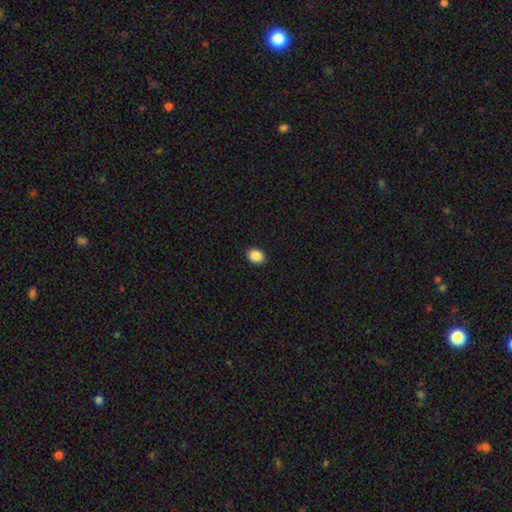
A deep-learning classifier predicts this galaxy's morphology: A smooth galaxy with no disk features (88%) that is in between round and cigar-shaped (50%).

Vote fractions:
- Smooth or featured? smooth: 88% / star or artifact: 9% / featured or disk: 3%
- How rounded? in between: 50% / round: 49% / cigar-shaped: 1%
- Merging? none: 92% / minor disturbance: 6% / major disturbance: 2% / merger: 1%